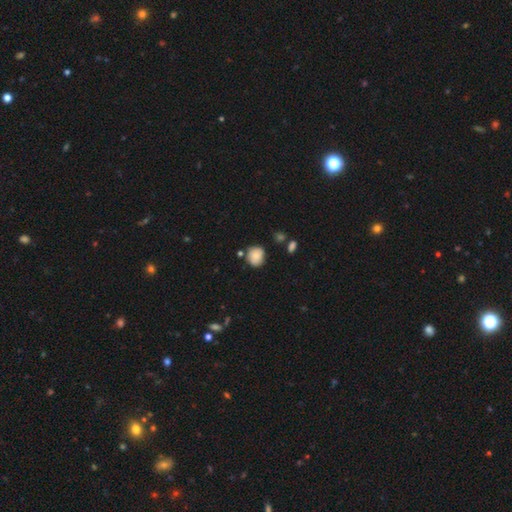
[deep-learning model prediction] This appears to be a smooth galaxy with no disk features (85%) that is round (75%). Merging: none (72%).